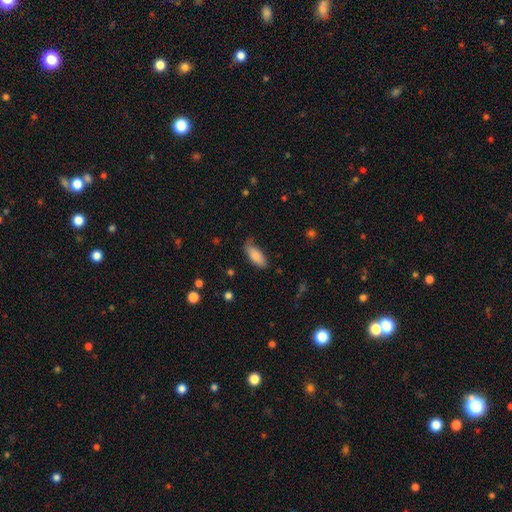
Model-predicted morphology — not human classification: A smooth galaxy with no disk features (84%) that is in between round and cigar-shaped (75%).

Vote fractions:
- Smooth or featured? smooth: 84% / featured or disk: 10% / star or artifact: 6%
- How rounded? in between: 75% / cigar-shaped: 23% / round: 2%
- Merging? none: 72% / minor disturbance: 22% / major disturbance: 4% / merger: 2%